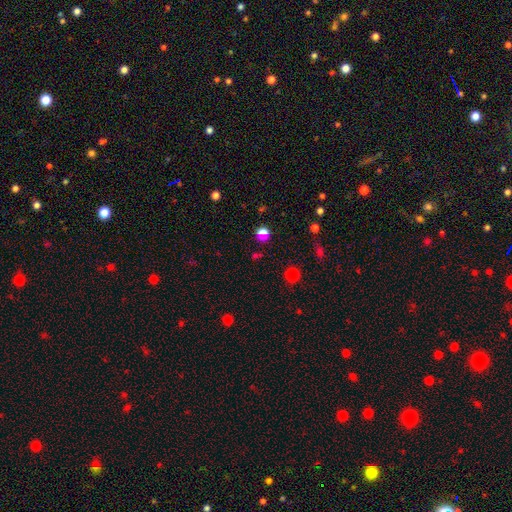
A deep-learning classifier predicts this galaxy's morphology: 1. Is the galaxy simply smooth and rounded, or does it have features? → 55% star or artifact, 38% smooth, 7% featured or disk.